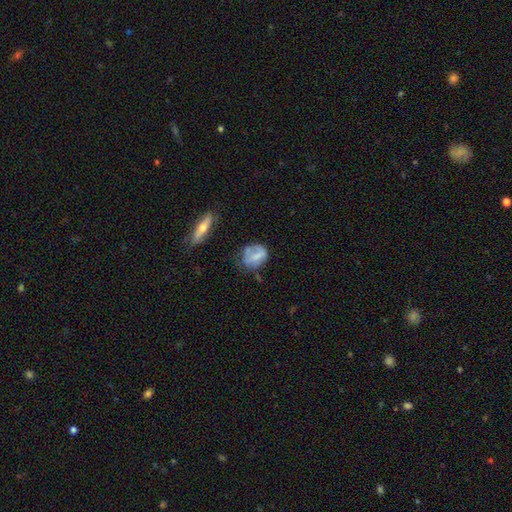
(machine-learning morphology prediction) A smooth galaxy with no disk features (62%) that is in between round and cigar-shaped (52%). Merging: none (45%).